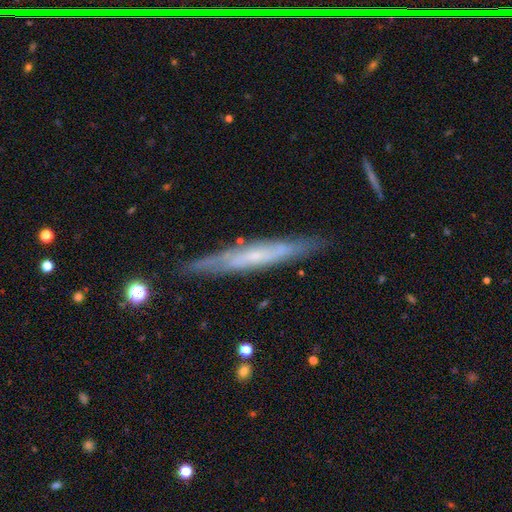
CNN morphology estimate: Q: Smooth or featured?
A: featured or disk (61%); runner-up: smooth (32%)
Q: Edge-on disk?
A: yes (82%); runner-up: no (18%)
Q: Edge-on bulge?
A: none (65%); runner-up: rounded (28%)
Q: Merging?
A: none (84%); runner-up: minor disturbance (12%)